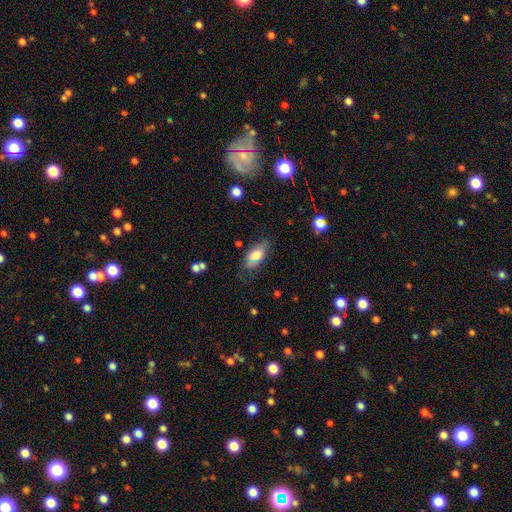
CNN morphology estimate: Smooth or featured? Predicted: smooth (p=0.73). How rounded? Predicted: in between (p=0.86). Merging? Predicted: none (p=0.66).